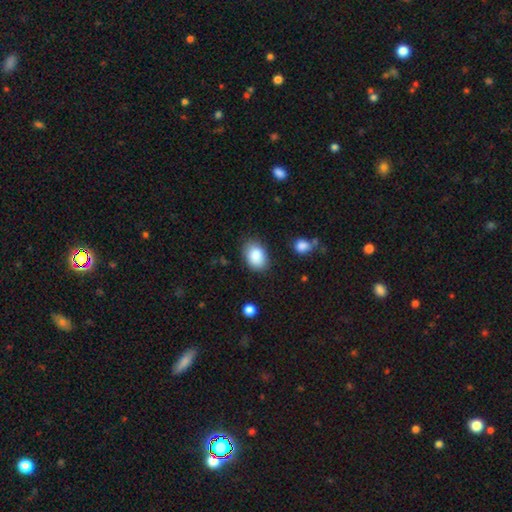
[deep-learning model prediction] Smooth or featured?
  - smooth: 88% *
  - star or artifact: 7%
  - featured or disk: 5%
How rounded?
  - in between: 82% *
  - round: 17%
  - cigar-shaped: 1%
Merging?
  - none: 80% *
  - minor disturbance: 15%
  - major disturbance: 4%
  - merger: 2%